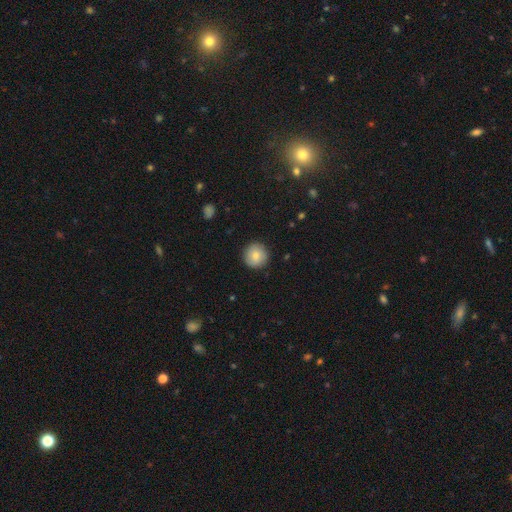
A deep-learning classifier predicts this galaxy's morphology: A smooth galaxy with no disk features (81%) that is round (95%).

Vote fractions:
- Smooth or featured? smooth: 81% / featured or disk: 11% / star or artifact: 8%
- How rounded? round: 95% / in between: 4% / cigar-shaped: 1%
- Merging? none: 90% / minor disturbance: 7% / major disturbance: 2% / merger: 1%